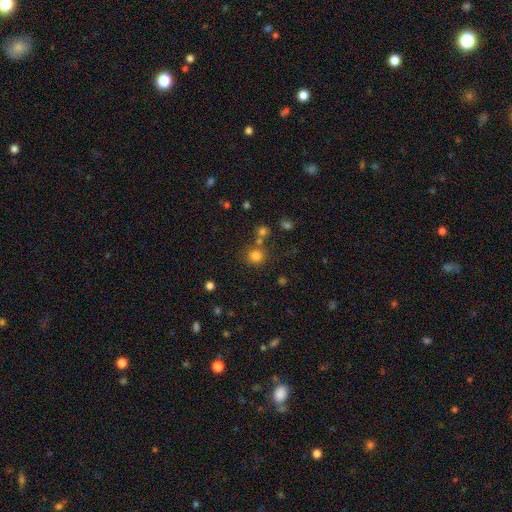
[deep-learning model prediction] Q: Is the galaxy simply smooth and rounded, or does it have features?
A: smooth — 79%.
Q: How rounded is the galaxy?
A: round — 89%.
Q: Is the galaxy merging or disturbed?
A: none — 73%.